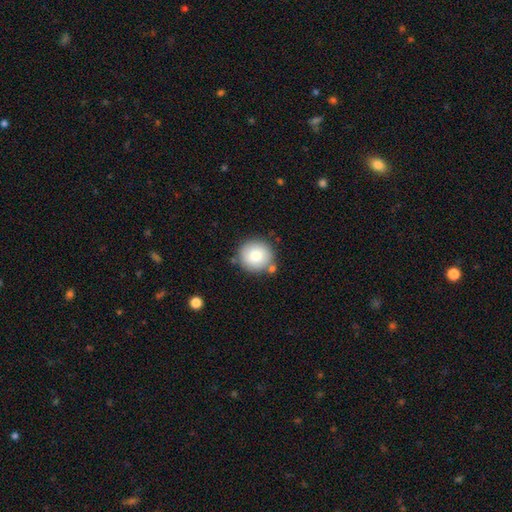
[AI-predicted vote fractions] smooth-or-featured: smooth: 80% | featured or disk: 12% | star or artifact: 8%
  how-rounded: round: 93% | in between: 6% | cigar-shaped: 1%
  merging: none: 79% | minor disturbance: 11% | merger: 7% | major disturbance: 3%